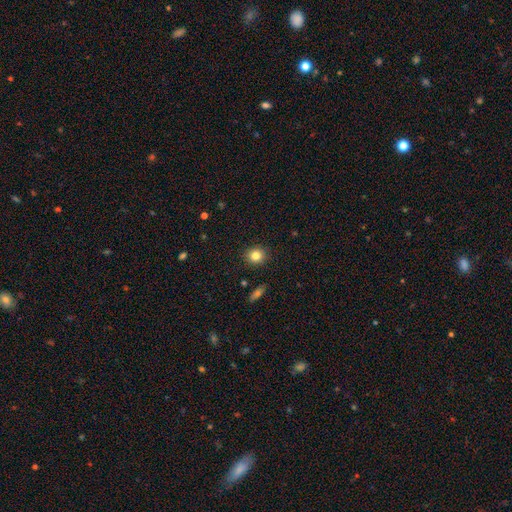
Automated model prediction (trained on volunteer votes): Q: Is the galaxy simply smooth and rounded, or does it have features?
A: smooth — 82%.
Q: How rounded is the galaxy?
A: round — 82%.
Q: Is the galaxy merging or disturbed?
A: none — 90%.